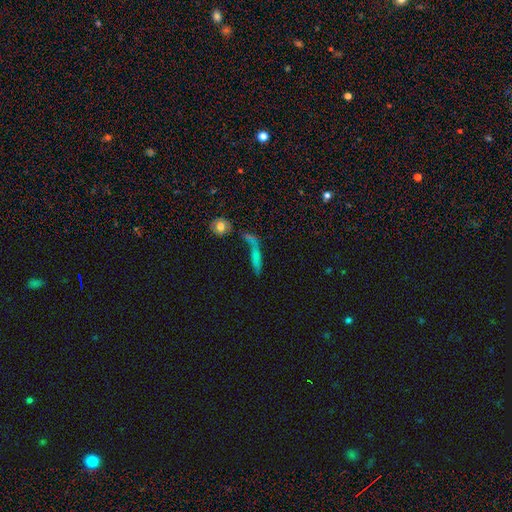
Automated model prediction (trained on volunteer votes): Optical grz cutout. It shows a smooth galaxy with no disk features (59%) that is cigar-shaped (73%). Merging: none (41%).